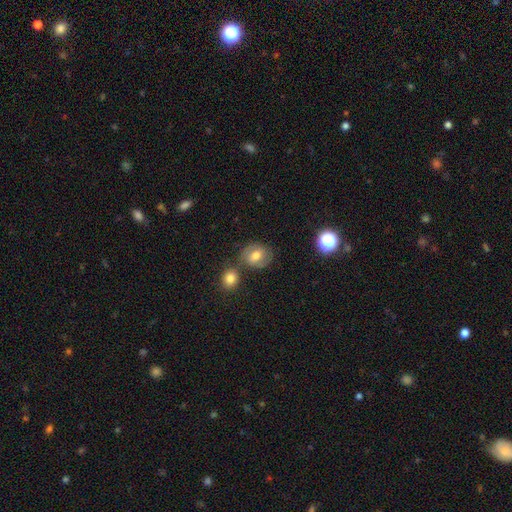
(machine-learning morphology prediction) Smooth or featured? Predicted: smooth (p=0.61). How rounded? Predicted: round (p=0.63). Merging? Predicted: none (p=0.61).